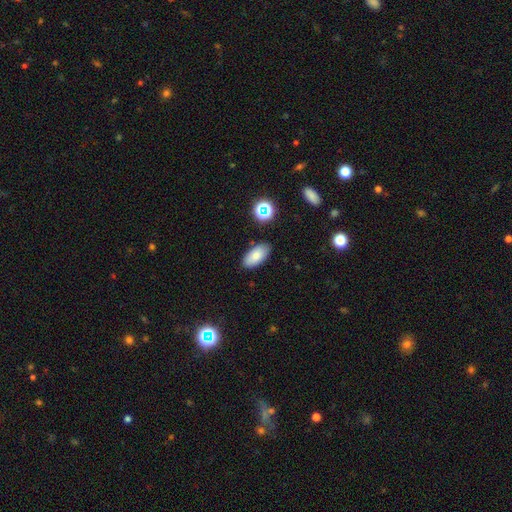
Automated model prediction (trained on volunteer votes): A smooth galaxy with no disk features (82%) that is in between round and cigar-shaped (93%).

Vote fractions:
- Smooth or featured? smooth: 82% / star or artifact: 9% / featured or disk: 9%
- How rounded? in between: 93% / cigar-shaped: 4% / round: 3%
- Merging? none: 86% / minor disturbance: 10% / major disturbance: 2% / merger: 2%